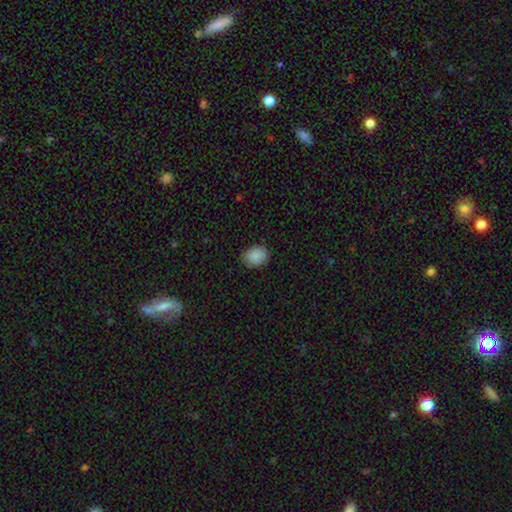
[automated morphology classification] smooth 89%, star or artifact 8%, featured or disk 4%. Down the decision tree: how rounded — in between (55%); merging — none (84%).